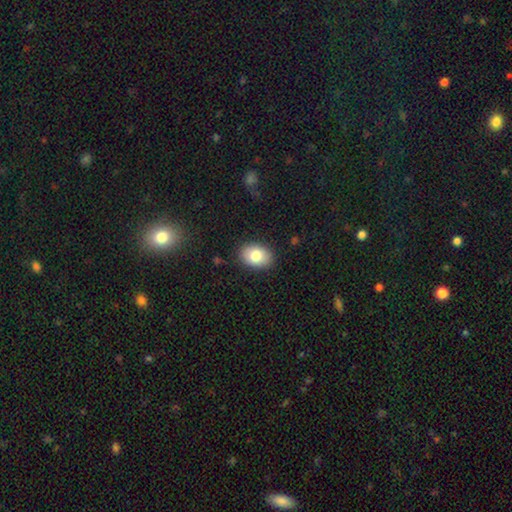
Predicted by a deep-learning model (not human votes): smooth_or_featured: smooth (p=0.81) [alt: featured or disk p=0.11]
how_rounded: in between (p=0.79) [alt: round p=0.20]
merging: none (p=0.87) [alt: minor disturbance p=0.09]